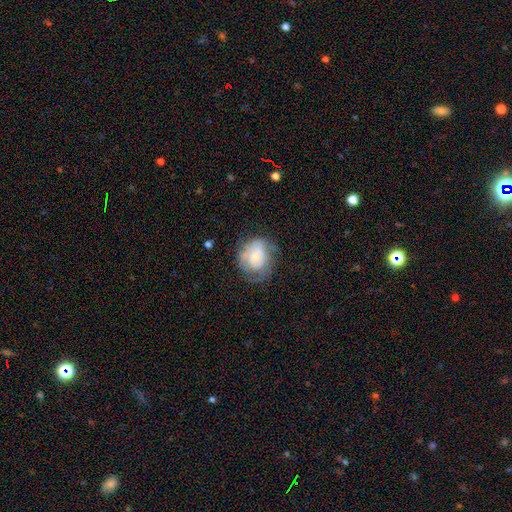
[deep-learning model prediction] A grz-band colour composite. It shows a smooth galaxy with no disk features (47%). Merging: none (47%).